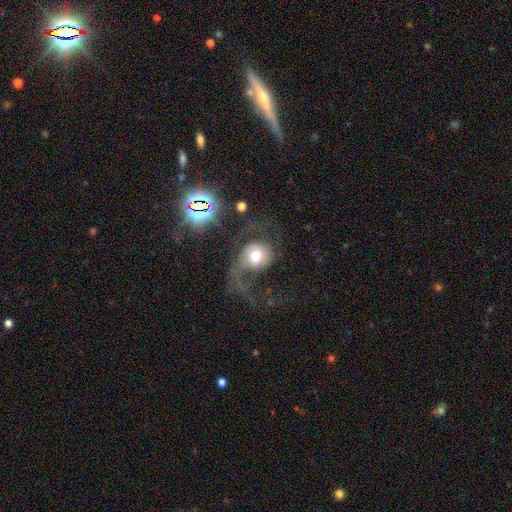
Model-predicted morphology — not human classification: This is possibly a featured or disk galaxy (50%). It is clearly not viewed edge-on (96%). Merging: possibly major disturbance (50%).